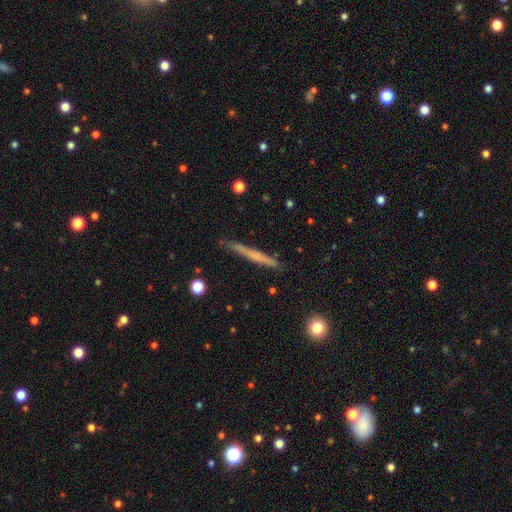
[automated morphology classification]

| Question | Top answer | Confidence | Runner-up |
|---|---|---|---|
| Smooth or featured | smooth | 49% | featured or disk (45%) |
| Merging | none | 85% | minor disturbance (11%) |